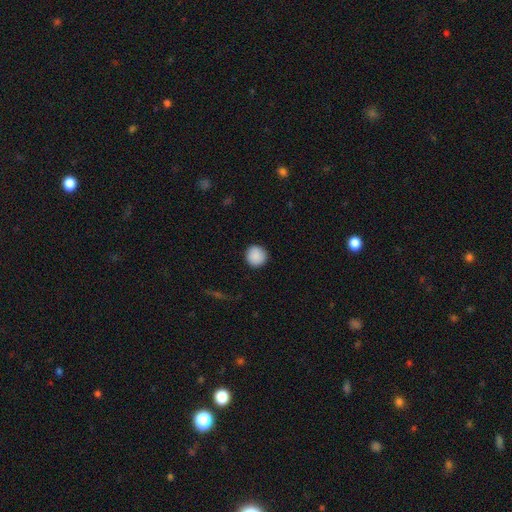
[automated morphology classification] Smooth or featured?
  - smooth: 90% *
  - star or artifact: 7%
  - featured or disk: 3%
How rounded?
  - round: 95% *
  - in between: 4%
  - cigar-shaped: 1%
Merging?
  - none: 91% *
  - minor disturbance: 6%
  - major disturbance: 2%
  - merger: 1%